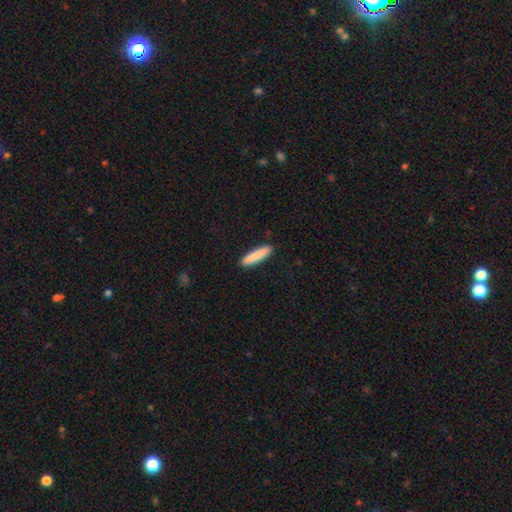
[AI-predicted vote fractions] The model was most divided on "how rounded": cigar-shaped: 83%, in between: 16%, round: 1%. More confident: merging — none (91%); smooth or featured — smooth (87%).